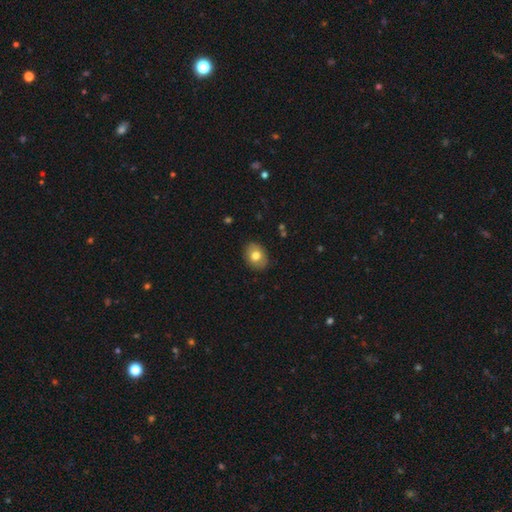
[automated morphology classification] Overall: smooth (76%). How rounded: in between (61%; round 38%). Merging: none (88%).